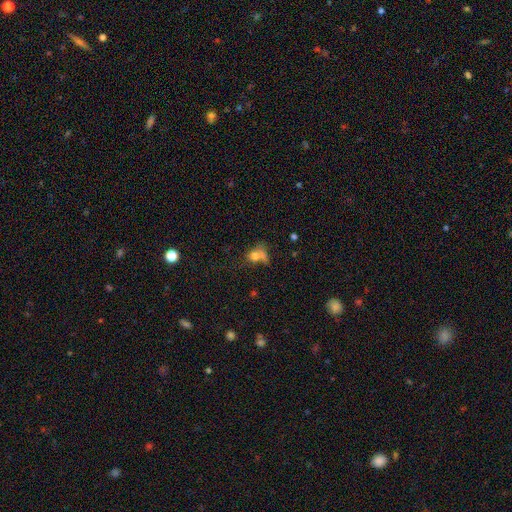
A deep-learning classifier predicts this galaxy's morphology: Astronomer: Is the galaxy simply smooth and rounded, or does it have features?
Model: smooth — 72%.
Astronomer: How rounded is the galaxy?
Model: round — 55% (runner-up: in between, 42%).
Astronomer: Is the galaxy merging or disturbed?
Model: merger — 38% (runner-up: none, 31%).